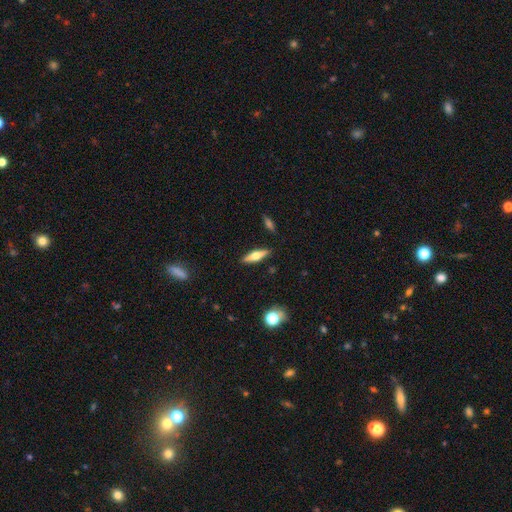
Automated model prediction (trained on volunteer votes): Morphology: type=featured or disk (50%); edge-on=yes (93%); merging=none (89%).